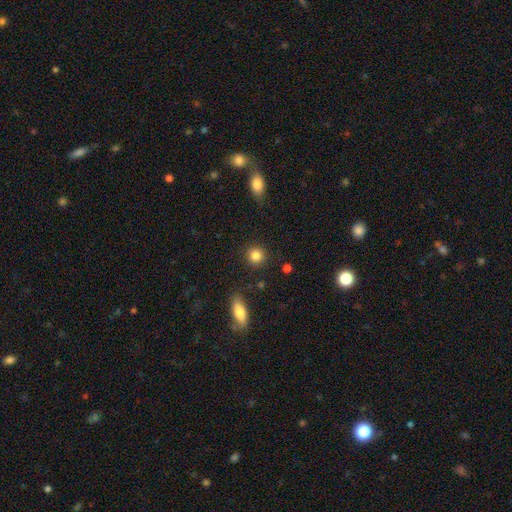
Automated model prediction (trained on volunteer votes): A smooth galaxy with no disk features (85%) that is round (90%). Merging: none (90%).